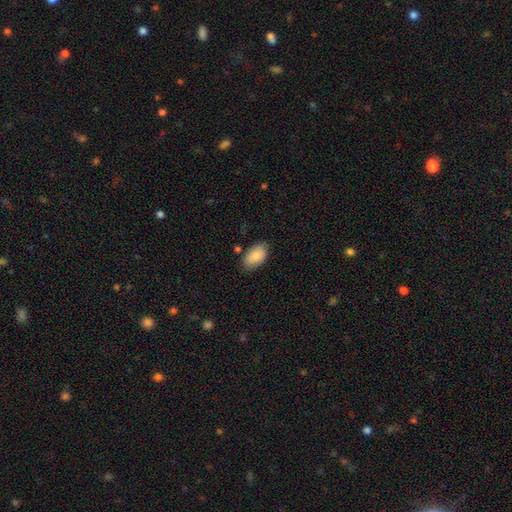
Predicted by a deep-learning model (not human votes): Q: Smooth or featured?
A: smooth (85%); runner-up: featured or disk (9%)
Q: How rounded?
A: in between (94%); runner-up: round (5%)
Q: Merging?
A: none (80%); runner-up: minor disturbance (15%)